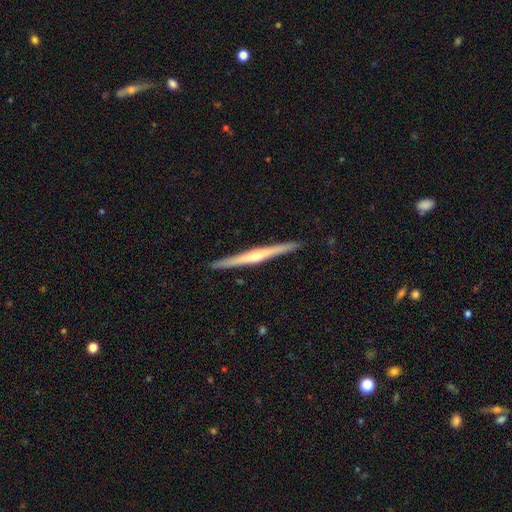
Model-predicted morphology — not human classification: A featured or disk galaxy (73%) viewed edge-on (98%) with a rounded central bulge (73%).

Vote fractions:
- Smooth or featured? featured or disk: 73% / smooth: 22% / star or artifact: 5%
- Edge-on disk? yes: 98% / no: 2%
- Edge-on bulge? rounded: 73% / none: 21% / boxy: 6%
- Merging? none: 92% / minor disturbance: 6% / major disturbance: 1% / merger: 1%